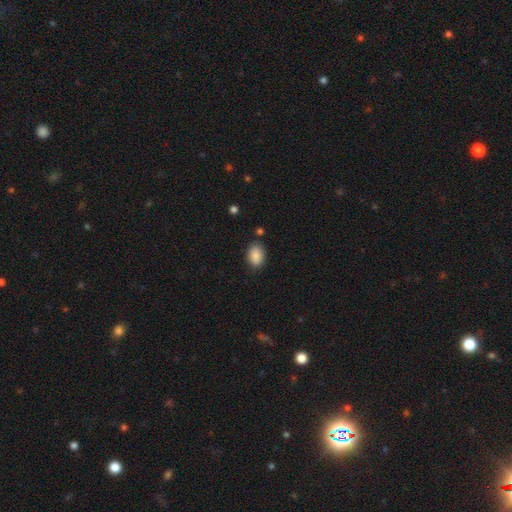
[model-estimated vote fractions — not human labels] Smooth or featured? smooth (88%)
How rounded? in between (83%)
Merging? none (82%)